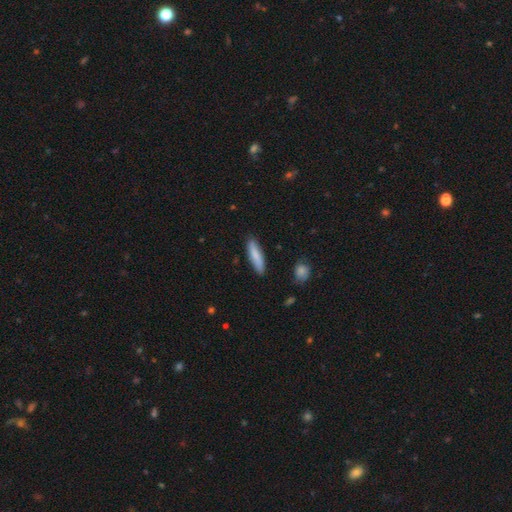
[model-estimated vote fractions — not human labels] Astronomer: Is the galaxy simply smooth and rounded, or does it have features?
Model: smooth — 82%.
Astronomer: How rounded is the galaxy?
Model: cigar-shaped — 76%.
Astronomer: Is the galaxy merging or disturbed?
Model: none — 86%.